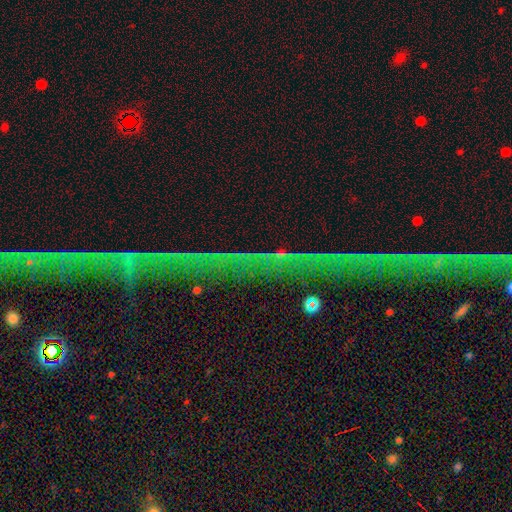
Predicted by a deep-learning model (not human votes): Q: Smooth or featured?
A: star or artifact (72%); runner-up: featured or disk (16%)